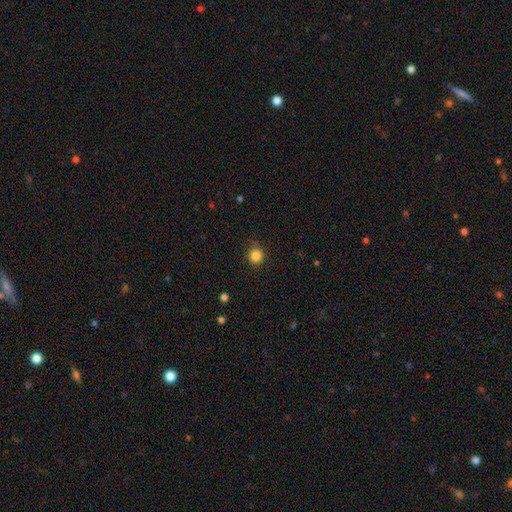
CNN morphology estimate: smooth_or_featured: smooth (p=0.84) [alt: star or artifact p=0.12]
how_rounded: round (p=0.93) [alt: in between p=0.07]
merging: none (p=0.84) [alt: minor disturbance p=0.12]